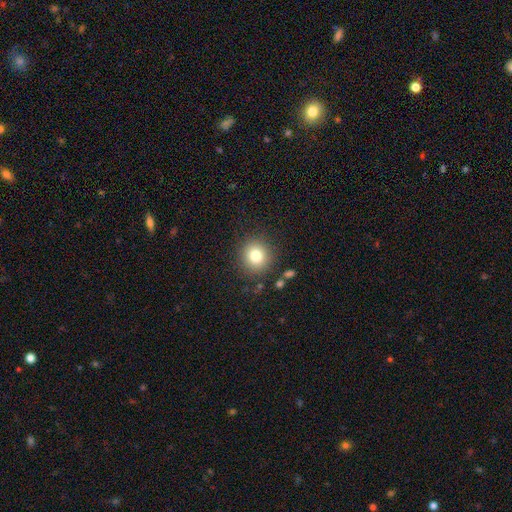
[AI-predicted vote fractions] Morphology: type=smooth (79%); roundness=round (90%); merging=none (86%).